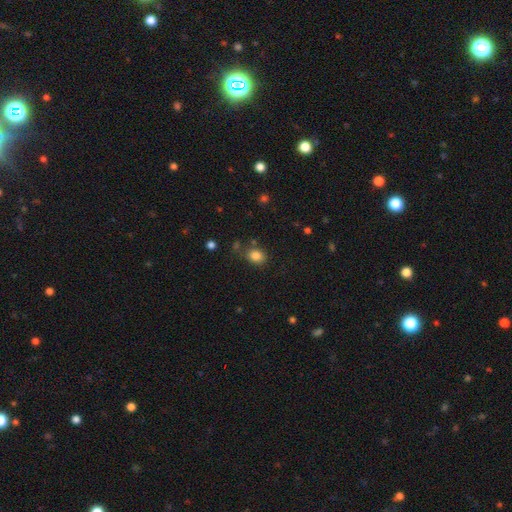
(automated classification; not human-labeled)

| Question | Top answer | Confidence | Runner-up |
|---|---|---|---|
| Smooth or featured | smooth | 83% | star or artifact (11%) |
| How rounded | round | 52% | in between (47%) |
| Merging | none | 74% | minor disturbance (15%) |